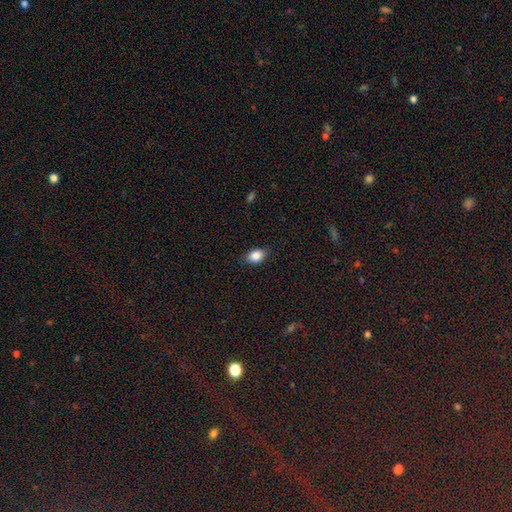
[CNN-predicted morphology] Overall: smooth (87%). How rounded: in between (85%). Merging: none (86%).